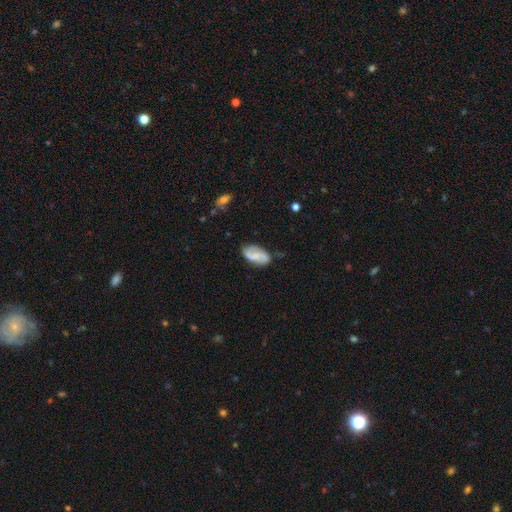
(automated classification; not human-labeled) The model was most divided on "spiral winding": loose: 41%, medium: 39%, tight: 20%. Remaining: edge-on disk — no (96%); spiral arms — yes (89%); spiral arm count — 2 (85%); merging — none (71%); smooth or featured — featured or disk (58%); bulge size — none (47%); bar — weak (43%).